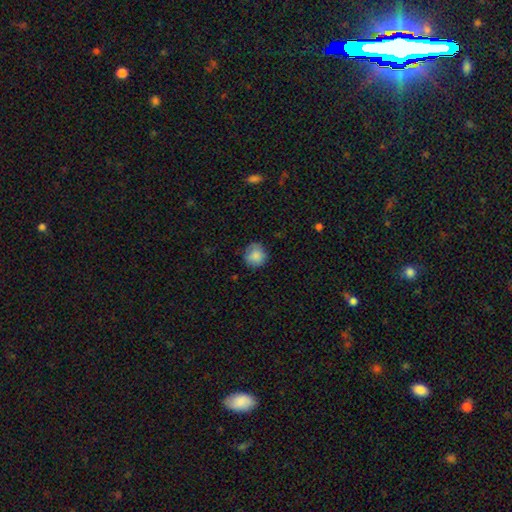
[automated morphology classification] Q: Smooth or featured?
A: smooth (86%); runner-up: star or artifact (8%)
Q: How rounded?
A: round (92%); runner-up: in between (7%)
Q: Merging?
A: none (81%); runner-up: minor disturbance (15%)